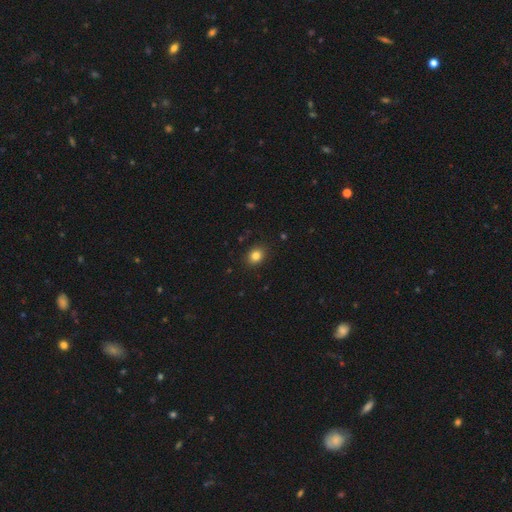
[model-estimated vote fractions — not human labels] Smooth or featured: smooth — 83% (star or artifact — 11%)
How rounded: round — 50% (in between — 49%)
Merging: none — 89% (minor disturbance — 8%)